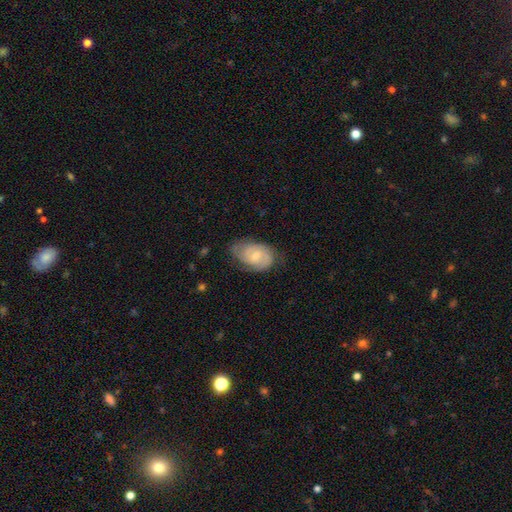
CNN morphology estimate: Q: Smooth or featured?
A: featured or disk (64%); runner-up: smooth (30%)
Q: Edge-on disk?
A: no (97%); runner-up: yes (3%)
Q: Bar?
A: no (55%); runner-up: weak (40%)
Q: Spiral arms?
A: yes (91%); runner-up: no (9%)
Q: Spiral winding?
A: tight (48%); runner-up: medium (41%)
Q: Spiral arm count?
A: 2 (57%); runner-up: can't tell (23%)
Q: Bulge size?
A: small (54%); runner-up: moderate (38%)
Q: Merging?
A: none (65%); runner-up: minor disturbance (27%)